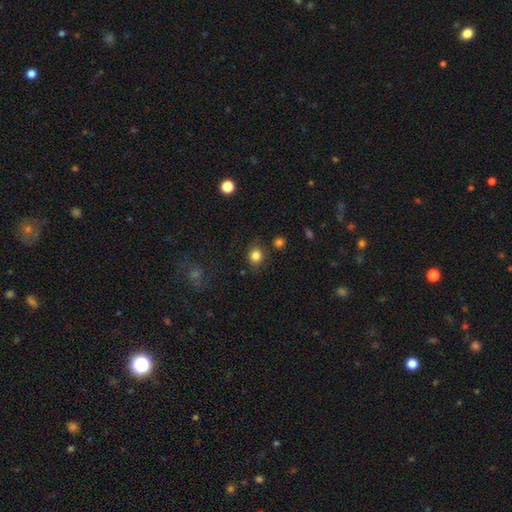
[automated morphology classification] smooth 83%, star or artifact 11%, featured or disk 6%. Down the decision tree: how rounded — round (75%); merging — none (80%).